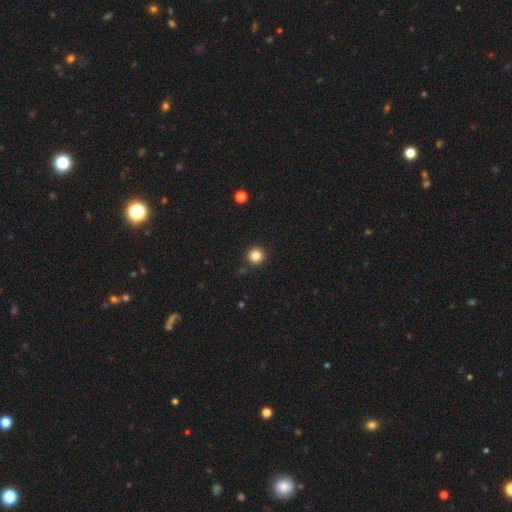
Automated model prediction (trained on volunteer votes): A smooth galaxy with no disk features (84%) that is round (96%). Merging: none (91%).